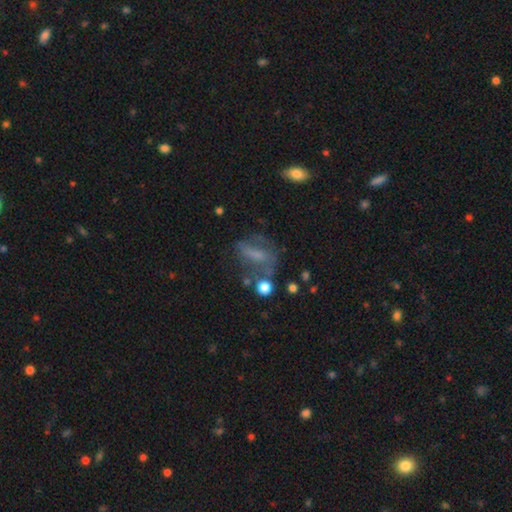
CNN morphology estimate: smooth-or-featured: featured or disk: 48% | smooth: 36% | star or artifact: 17%
  merging: none: 47% | major disturbance: 23% | minor disturbance: 22% | merger: 9%